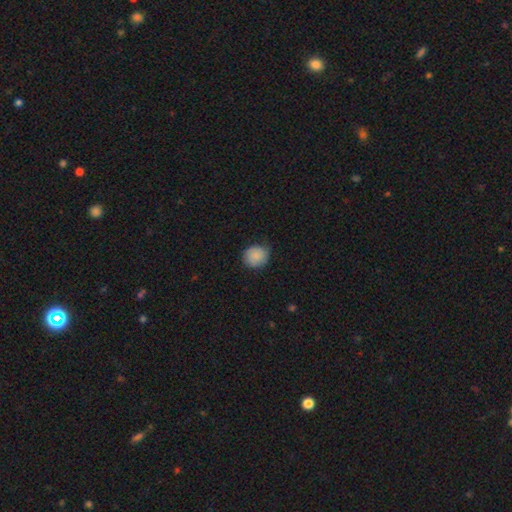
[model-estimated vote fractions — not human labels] Smooth or featured? Predicted: smooth (p=0.86). How rounded? Predicted: round (p=0.79). Merging? Predicted: none (p=0.74).